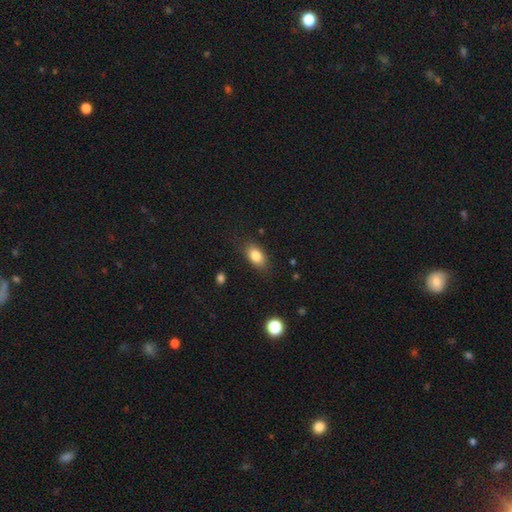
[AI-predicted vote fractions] smooth_or_featured: smooth (p=0.83) [alt: star or artifact p=0.08]
how_rounded: in between (p=0.88) [alt: round p=0.08]
merging: none (p=0.82) [alt: minor disturbance p=0.13]